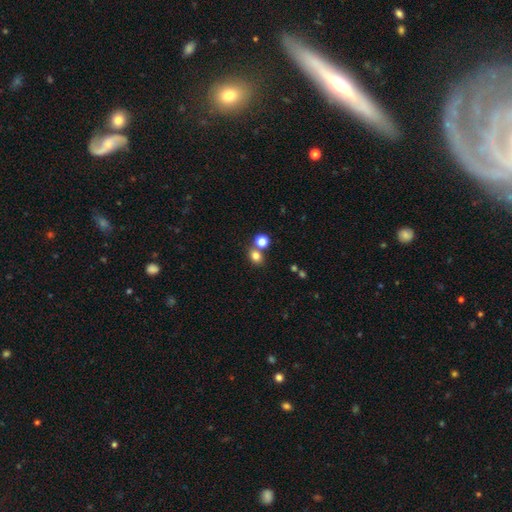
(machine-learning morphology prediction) This is likely a smooth galaxy (79%). How rounded: possibly round (60%). Merging: likely none (62%).